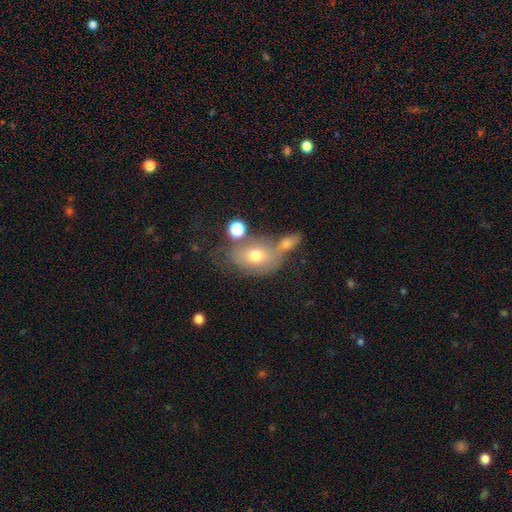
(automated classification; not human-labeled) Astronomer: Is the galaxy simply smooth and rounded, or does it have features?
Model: smooth — 64%.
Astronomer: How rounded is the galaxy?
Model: in between — 73%.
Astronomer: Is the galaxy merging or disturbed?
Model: merger — 38% (runner-up: none, 36%).